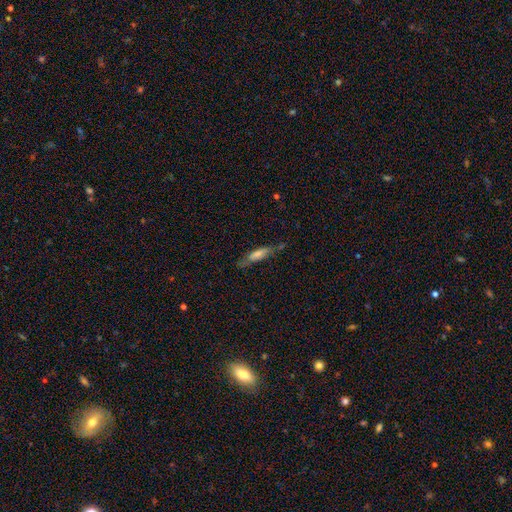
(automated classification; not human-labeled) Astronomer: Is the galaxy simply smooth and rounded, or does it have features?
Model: featured or disk — 47% (runner-up: smooth, 41%).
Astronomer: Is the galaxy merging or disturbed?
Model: none — 72%.